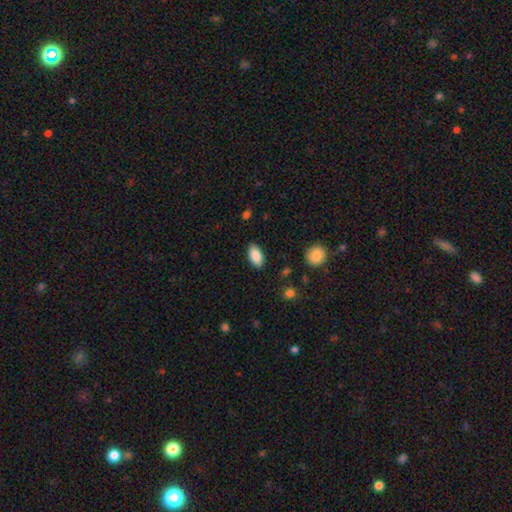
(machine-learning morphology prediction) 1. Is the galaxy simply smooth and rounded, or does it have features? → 88% smooth, 7% star or artifact, 5% featured or disk.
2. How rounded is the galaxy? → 93% in between, 4% cigar-shaped, 3% round.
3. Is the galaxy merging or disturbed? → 87% none, 9% minor disturbance, 2% major disturbance, 1% merger.